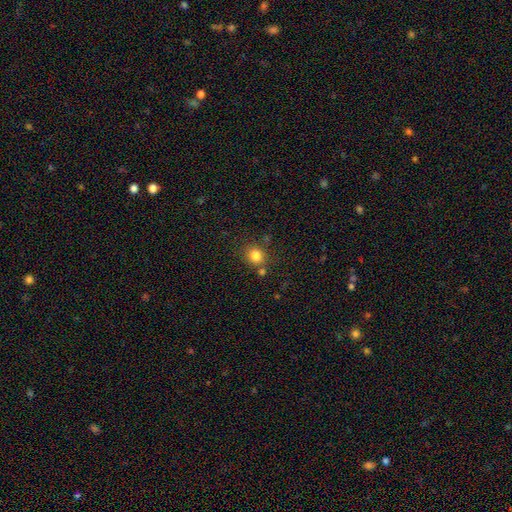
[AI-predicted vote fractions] Overall: smooth (81%). How rounded: round (82%). Merging: none (75%).